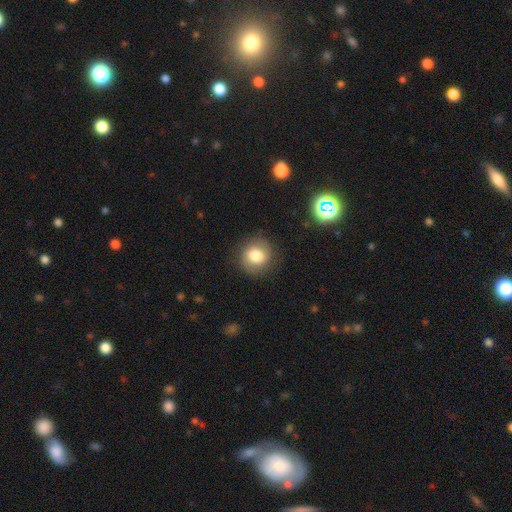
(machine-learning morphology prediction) type=smooth (71%); roundness=round (87%); merging=none (84%).